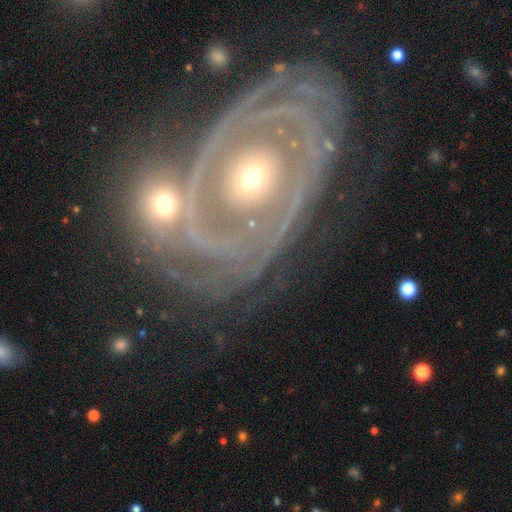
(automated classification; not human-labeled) Q: Smooth or featured?
A: featured or disk (86%); runner-up: smooth (7%)
Q: Edge-on disk?
A: no (96%); runner-up: yes (4%)
Q: Bar?
A: no (81%); runner-up: weak (12%)
Q: Spiral arms?
A: yes (88%); runner-up: no (12%)
Q: Spiral winding?
A: tight (75%); runner-up: medium (19%)
Q: Spiral arm count?
A: 2 (34%); runner-up: can't tell (27%)
Q: Bulge size?
A: small (53%); runner-up: moderate (41%)
Q: Merging?
A: none (55%); runner-up: merger (21%)